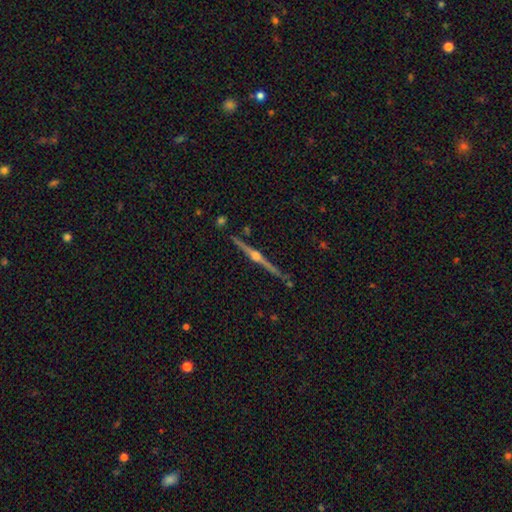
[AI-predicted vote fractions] smooth_or_featured: featured or disk (p=0.89) [alt: smooth p=0.06]
disk_edge_on: yes (p=0.99) [alt: no p=0.01]
edge_on_bulge: rounded (p=0.93) [alt: none p=0.04]
merging: none (p=0.92) [alt: minor disturbance p=0.05]